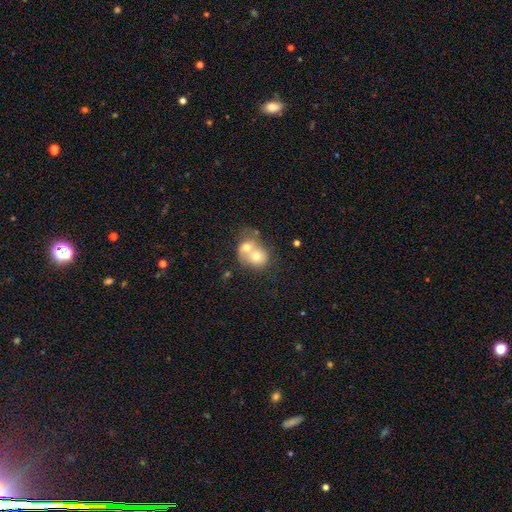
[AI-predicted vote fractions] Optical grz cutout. It shows a smooth galaxy with no disk features (64%) that is round (66%). Merging: merger (76%).